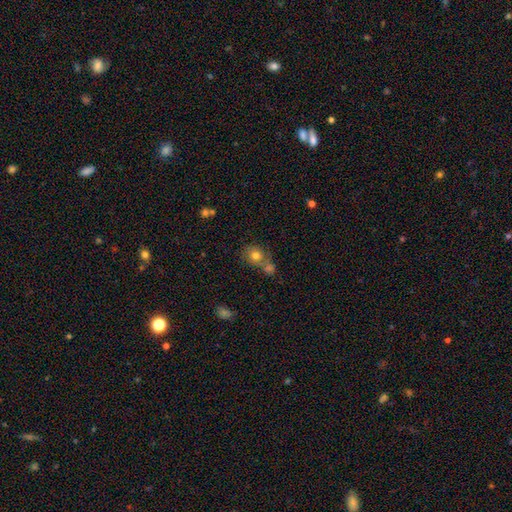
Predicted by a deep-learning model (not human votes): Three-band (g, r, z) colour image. It shows a smooth galaxy with no disk features (76%) that is round (72%). Merging: none (44%).